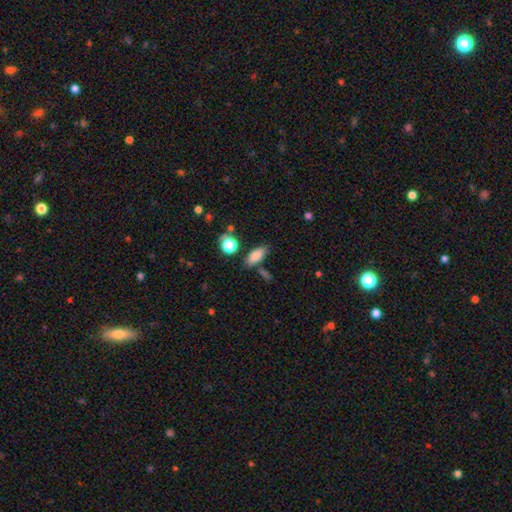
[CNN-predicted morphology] A smooth galaxy with no disk features (82%) that is in between round and cigar-shaped (80%). Merging: none (72%).